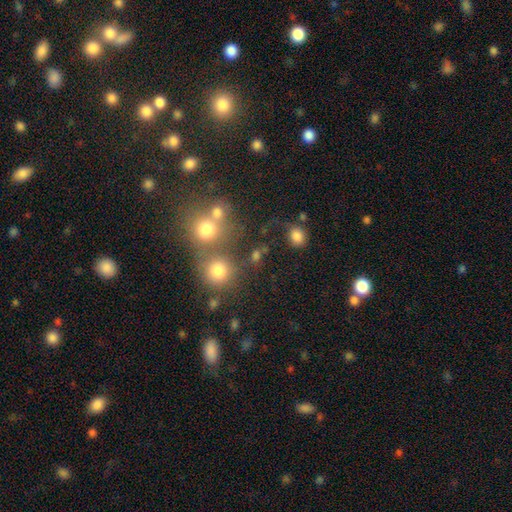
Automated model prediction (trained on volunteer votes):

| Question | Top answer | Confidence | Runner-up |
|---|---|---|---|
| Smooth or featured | smooth | 70% | star or artifact (21%) |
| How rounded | round | 81% | in between (17%) |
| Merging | none | 64% | merger (21%) |